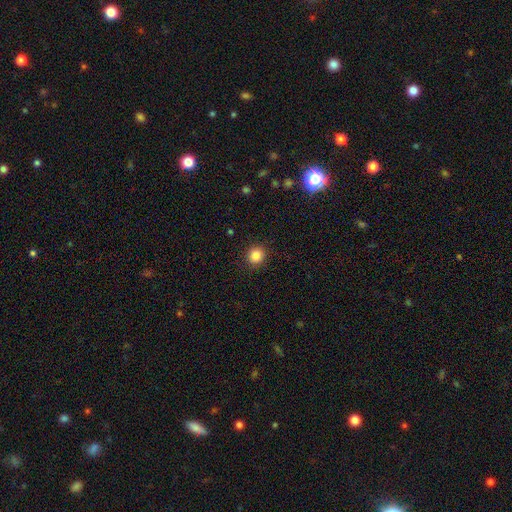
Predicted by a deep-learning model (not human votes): Smooth or featured? smooth (83%)
How rounded? round (90%)
Merging? none (91%)